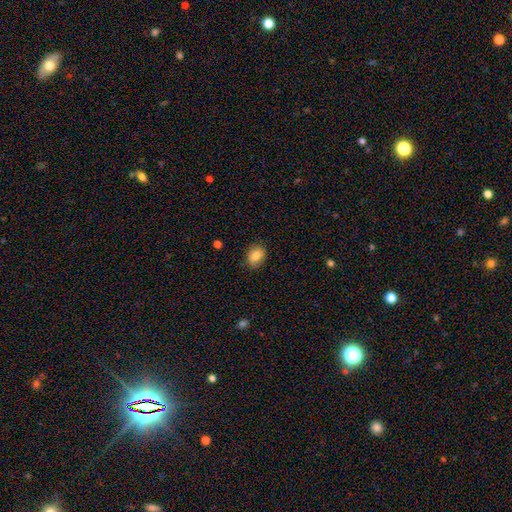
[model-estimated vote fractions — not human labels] Smooth or featured? Predicted: smooth (p=0.84). How rounded? Predicted: in between (p=0.60). Merging? Predicted: none (p=0.83).